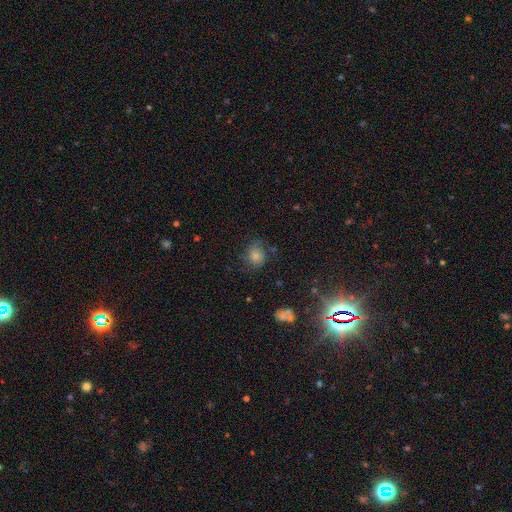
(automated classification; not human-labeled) smooth_or_featured: smooth (p=0.68) [alt: featured or disk p=0.19]
how_rounded: round (p=0.72) [alt: in between p=0.27]
merging: none (p=0.64) [alt: minor disturbance p=0.23]